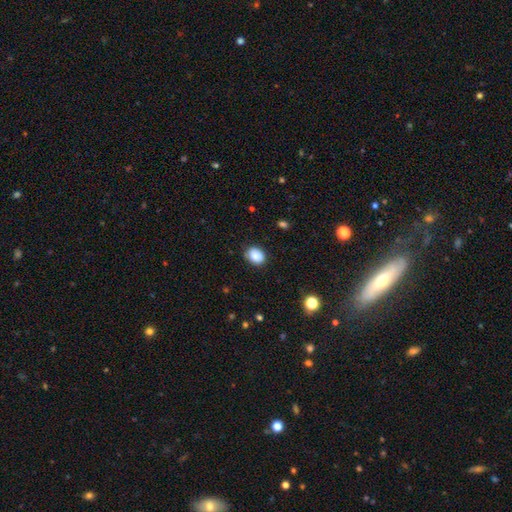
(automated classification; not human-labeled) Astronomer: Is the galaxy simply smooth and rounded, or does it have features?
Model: smooth — 87%.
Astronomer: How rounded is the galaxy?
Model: in between — 60% (runner-up: round, 39%).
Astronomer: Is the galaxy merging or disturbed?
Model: none — 81%.